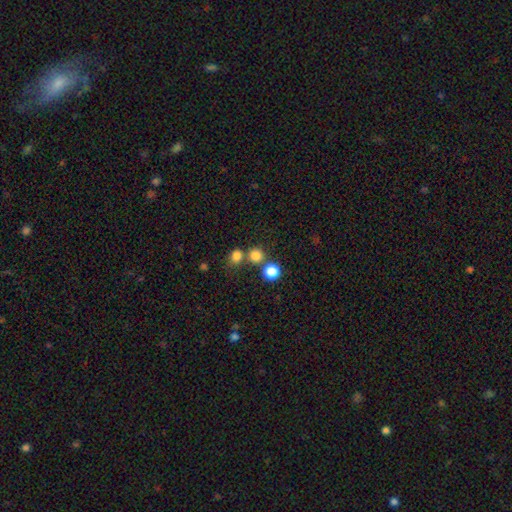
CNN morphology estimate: Smooth or featured?
  - smooth: 79% *
  - star or artifact: 15%
  - featured or disk: 6%
How rounded?
  - round: 86% *
  - in between: 13%
  - cigar-shaped: 1%
Merging?
  - none: 66% *
  - merger: 24%
  - minor disturbance: 7%
  - major disturbance: 3%